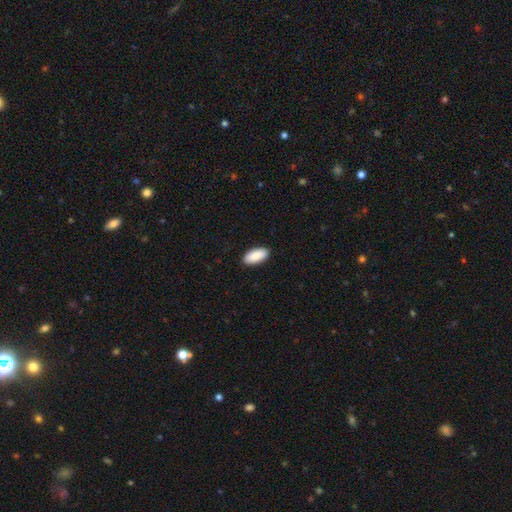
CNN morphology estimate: This is clearly a smooth galaxy (90%). How rounded: clearly in between (94%). Merging: clearly none (90%).